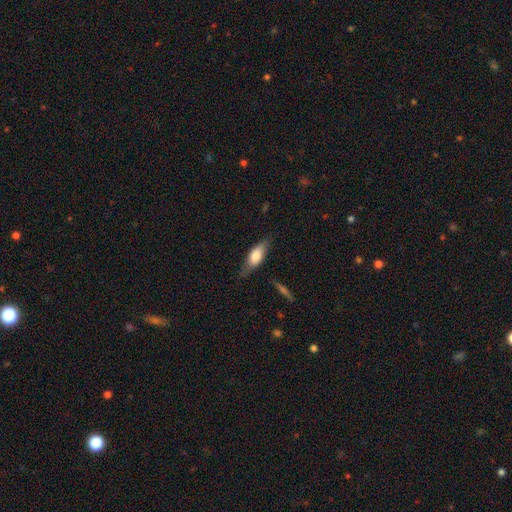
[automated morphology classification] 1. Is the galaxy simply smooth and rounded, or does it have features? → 69% smooth, 25% featured or disk, 7% star or artifact.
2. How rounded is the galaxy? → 74% in between, 23% cigar-shaped, 3% round.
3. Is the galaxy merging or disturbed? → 61% none, 29% minor disturbance, 8% major disturbance, 3% merger.